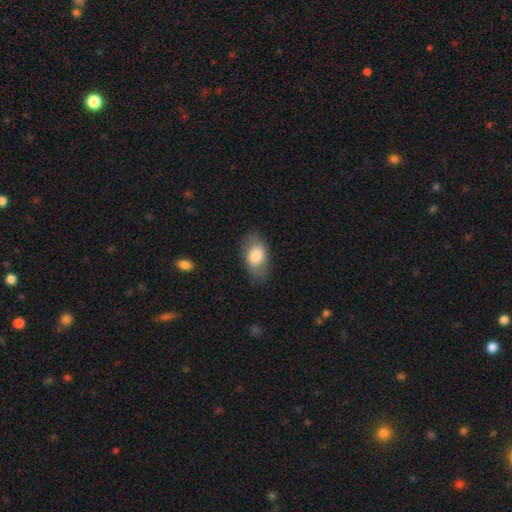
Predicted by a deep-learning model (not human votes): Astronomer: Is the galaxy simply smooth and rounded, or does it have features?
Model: smooth — 78%.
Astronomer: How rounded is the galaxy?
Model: in between — 90%.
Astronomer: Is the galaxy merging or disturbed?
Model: none — 76%.